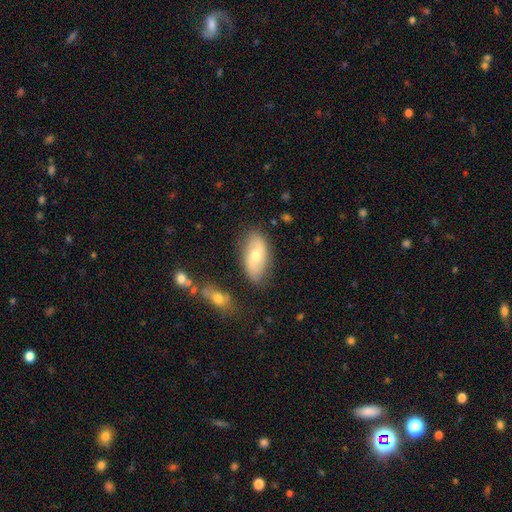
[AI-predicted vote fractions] Smooth or featured: smooth — 53% (featured or disk — 41%)
How rounded: in between — 91% (cigar-shaped — 5%)
Merging: none — 77% (minor disturbance — 16%)